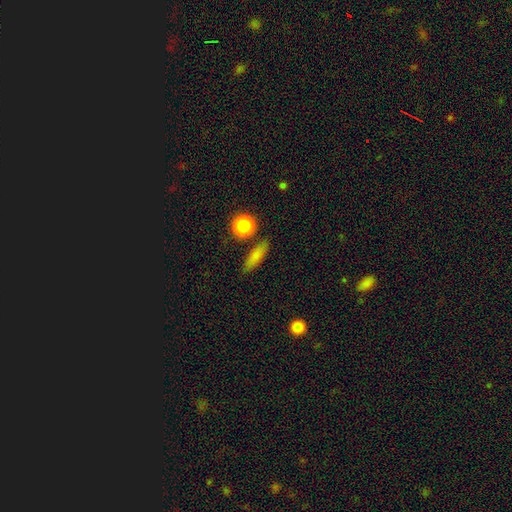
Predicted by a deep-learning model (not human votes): A smooth galaxy with no disk features (78%) that is cigar-shaped (53%).

Vote fractions:
- Smooth or featured? smooth: 78% / featured or disk: 12% / star or artifact: 10%
- How rounded? cigar-shaped: 53% / in between: 38% / round: 9%
- Merging? none: 83% / minor disturbance: 10% / merger: 4% / major disturbance: 3%